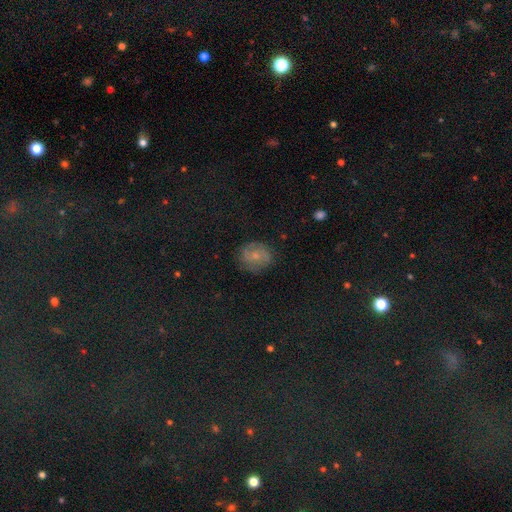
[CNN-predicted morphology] featured or disk 45%, smooth 41%, star or artifact 14%. Down the decision tree: merging — none (77%).